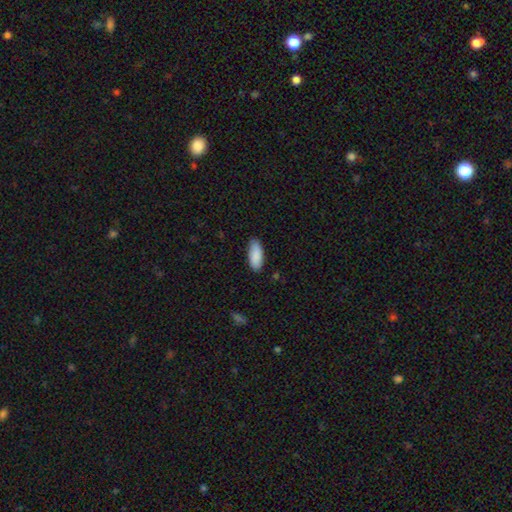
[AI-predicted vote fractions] Smooth or featured?
  - smooth: 90% *
  - star or artifact: 6%
  - featured or disk: 4%
How rounded?
  - in between: 83% *
  - cigar-shaped: 15%
  - round: 2%
Merging?
  - none: 83% *
  - minor disturbance: 14%
  - major disturbance: 2%
  - merger: 1%